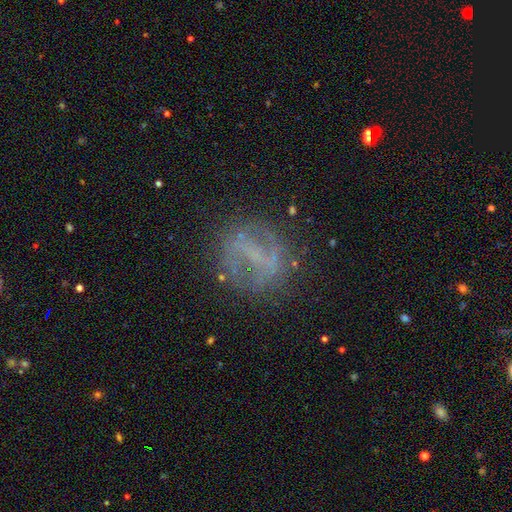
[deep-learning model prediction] smooth_or_featured: featured or disk (p=0.54) [alt: smooth p=0.27]
disk_edge_on: no (p=0.93) [alt: yes p=0.07]
bar: strong (p=0.38) [alt: no p=0.36]
has_spiral_arms: no (p=0.63) [alt: yes p=0.37]
bulge_size: none (p=0.70) [alt: small p=0.21]
merging: none (p=0.72) [alt: minor disturbance p=0.14]